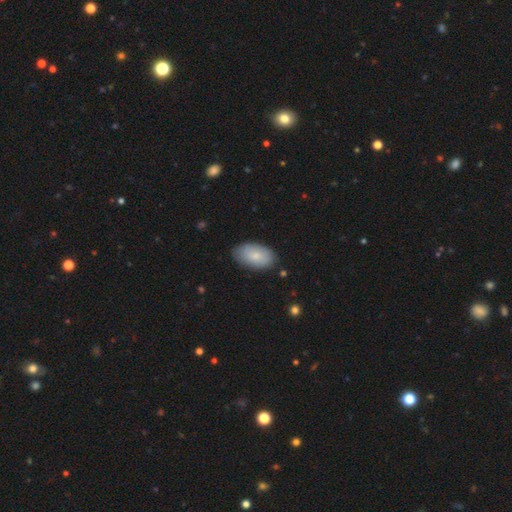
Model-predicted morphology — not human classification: Smooth or featured: smooth — 79% (featured or disk — 15%)
How rounded: in between — 95% (round — 3%)
Merging: none — 83% (minor disturbance — 13%)